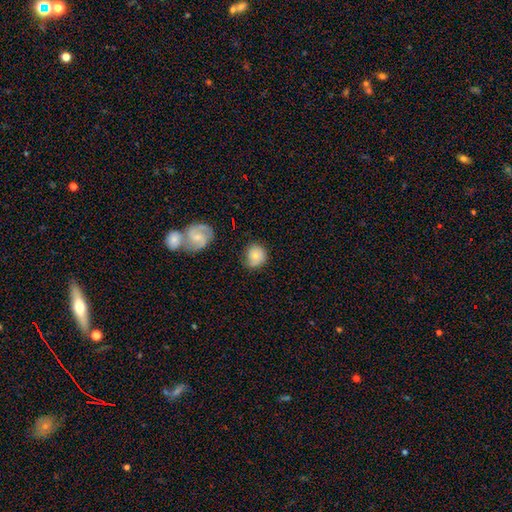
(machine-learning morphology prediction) type=smooth (66%); roundness=round (81%); merging=none (67%).